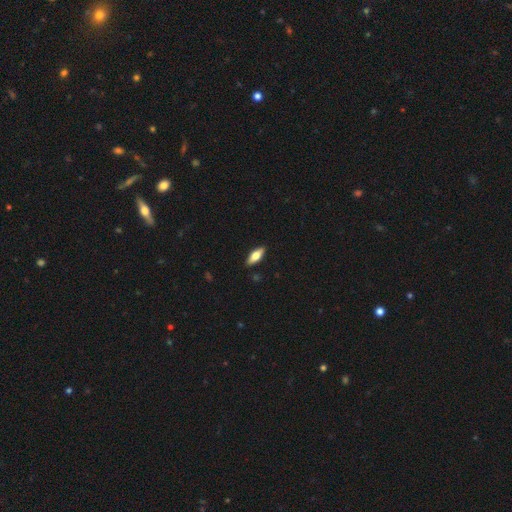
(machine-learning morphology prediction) This is likely a smooth galaxy (66%). How rounded: likely in between (73%). Merging: clearly none (89%).